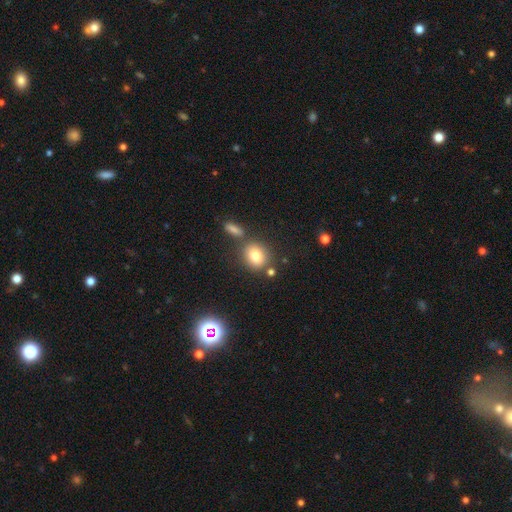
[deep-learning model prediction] The model was most divided on "how rounded": round: 69%, in between: 30%, cigar-shaped: 2%. More confident: smooth or featured — smooth (78%); merging — none (72%).